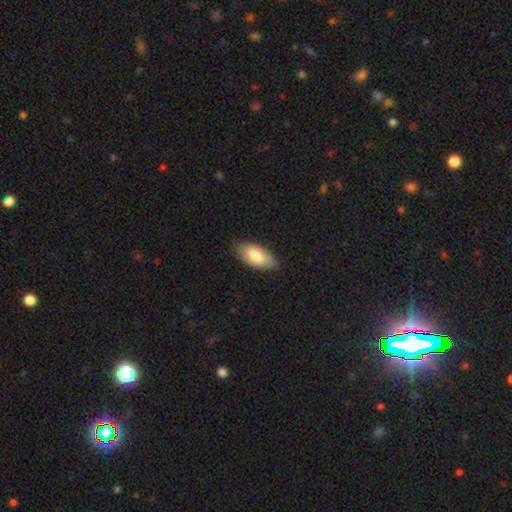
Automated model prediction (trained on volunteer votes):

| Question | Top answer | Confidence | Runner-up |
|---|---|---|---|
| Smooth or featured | smooth | 76% | featured or disk (18%) |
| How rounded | in between | 92% | cigar-shaped (5%) |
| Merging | none | 80% | minor disturbance (16%) |